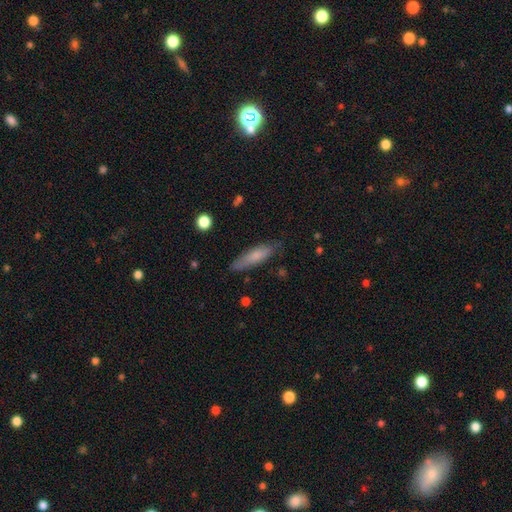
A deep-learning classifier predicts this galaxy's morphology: Smooth or featured?
  - smooth: 71% *
  - featured or disk: 22%
  - star or artifact: 6%
How rounded?
  - cigar-shaped: 71% *
  - in between: 28%
  - round: 2%
Merging?
  - none: 77% *
  - minor disturbance: 18%
  - major disturbance: 4%
  - merger: 2%